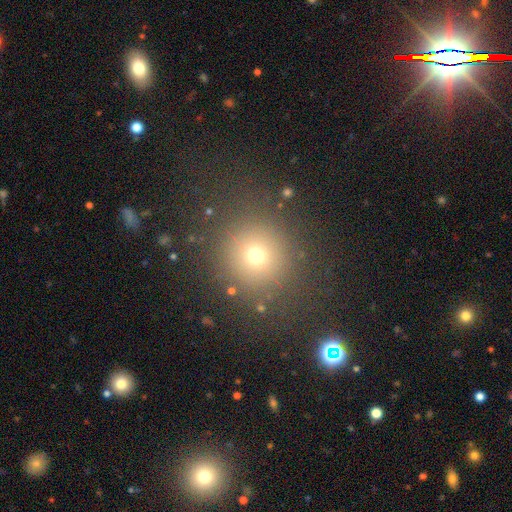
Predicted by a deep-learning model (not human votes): The model was most divided on "smooth or featured": smooth: 69%, star or artifact: 21%, featured or disk: 10%. More confident: how rounded — round (93%); merging — none (85%).